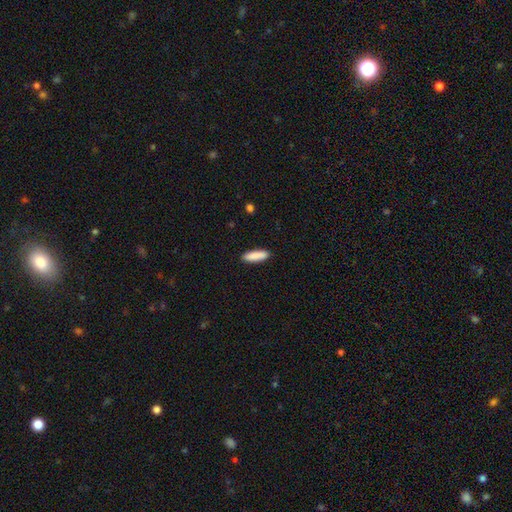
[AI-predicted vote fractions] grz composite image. It shows a smooth galaxy with no disk features (89%) that is cigar-shaped (57%). Merging: none (90%).